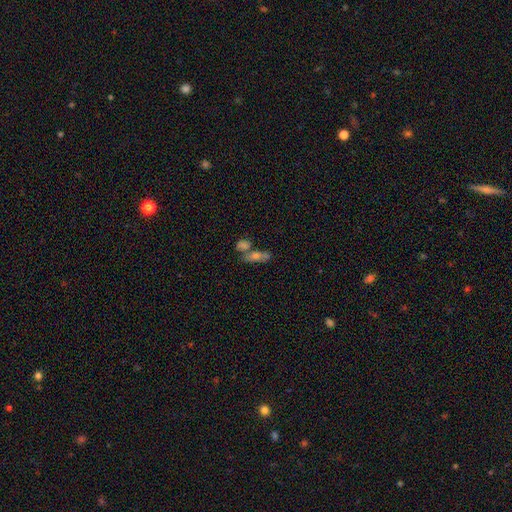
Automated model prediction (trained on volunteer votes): A smooth galaxy with no disk features (49%).

Vote fractions:
- Smooth or featured? smooth: 49% / featured or disk: 33% / star or artifact: 18%
- Merging? merger: 43% / none: 38% / minor disturbance: 11% / major disturbance: 8%